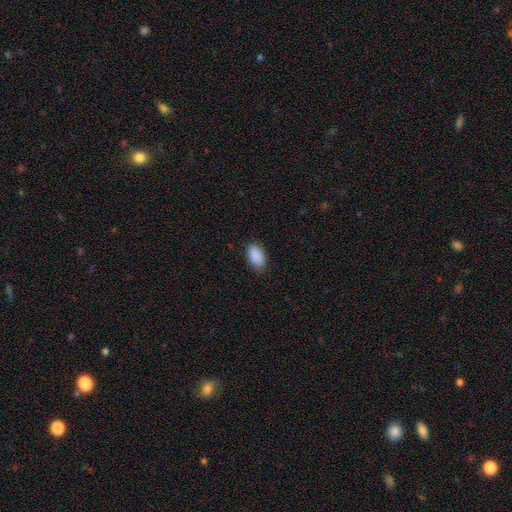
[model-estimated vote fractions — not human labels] A smooth galaxy with no disk features (90%) that is in between round and cigar-shaped (93%). Merging: none (81%).